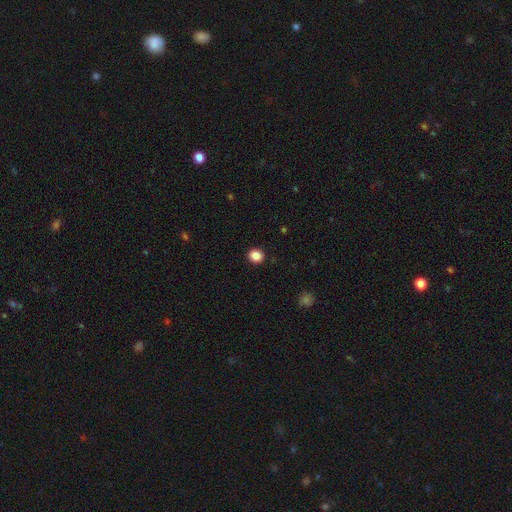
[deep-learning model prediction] Smooth or featured? Predicted: smooth (p=0.87). How rounded? Predicted: round (p=0.81). Merging? Predicted: none (p=0.92).